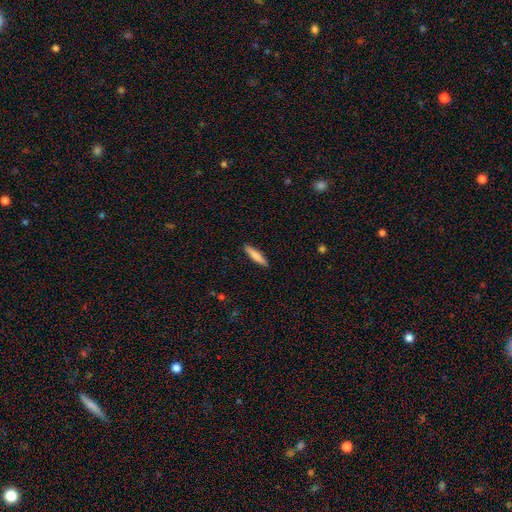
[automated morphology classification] Q: Smooth or featured?
A: smooth (75%); runner-up: featured or disk (19%)
Q: How rounded?
A: cigar-shaped (86%); runner-up: in between (13%)
Q: Merging?
A: none (91%); runner-up: minor disturbance (6%)